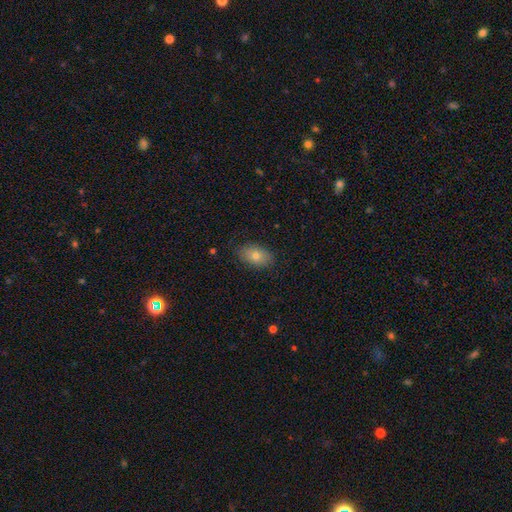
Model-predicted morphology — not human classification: This appears to be a smooth galaxy with no disk features (75%) that is in between round and cigar-shaped (88%). Merging: none (85%).